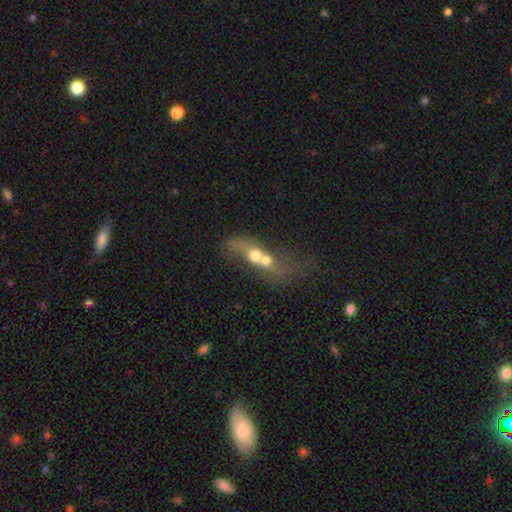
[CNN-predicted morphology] Q: Smooth or featured?
A: smooth (48%); runner-up: featured or disk (40%)
Q: Merging?
A: merger (76%); runner-up: none (10%)